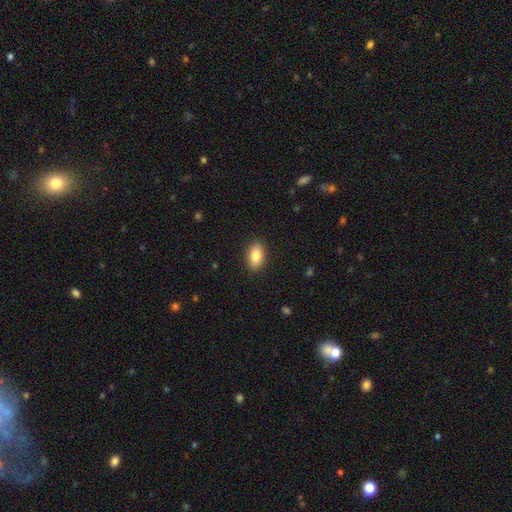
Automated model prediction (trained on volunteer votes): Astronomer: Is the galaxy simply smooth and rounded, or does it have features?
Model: smooth — 84%.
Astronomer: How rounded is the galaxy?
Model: in between — 89%.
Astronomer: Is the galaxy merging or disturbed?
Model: none — 89%.